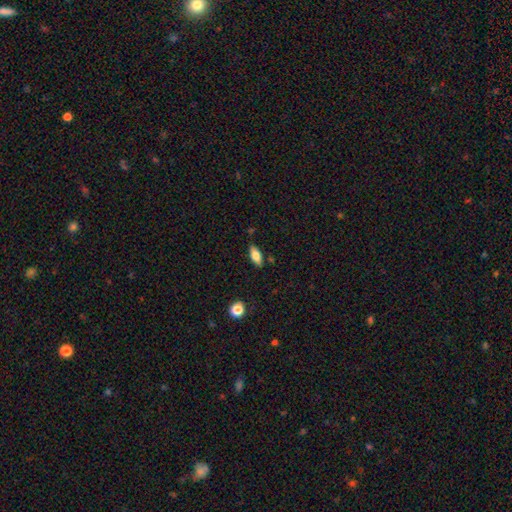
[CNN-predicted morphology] Smooth or featured?
  - smooth: 76% *
  - featured or disk: 17%
  - star or artifact: 7%
How rounded?
  - in between: 83% *
  - cigar-shaped: 15%
  - round: 3%
Merging?
  - none: 83% *
  - minor disturbance: 12%
  - merger: 3%
  - major disturbance: 2%